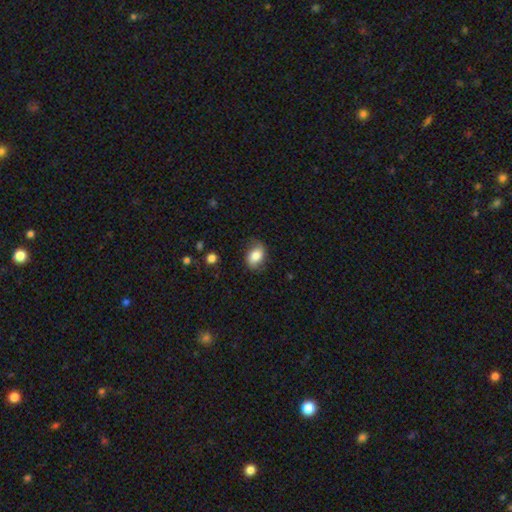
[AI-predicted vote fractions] Smooth or featured: smooth — 76% (featured or disk — 16%)
How rounded: in between — 77% (round — 22%)
Merging: none — 71% (minor disturbance — 22%)